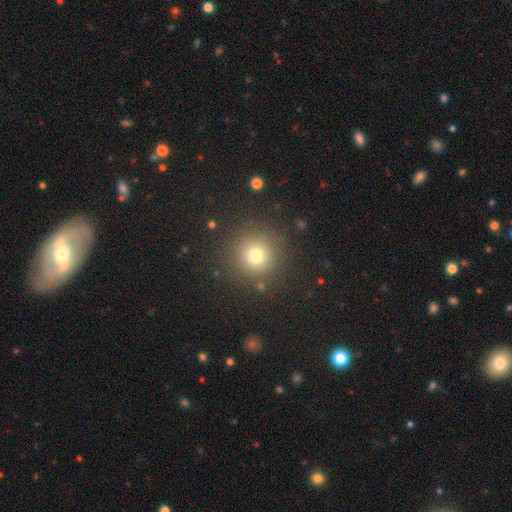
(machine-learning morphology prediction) Q: Smooth or featured?
A: smooth (74%); runner-up: star or artifact (17%)
Q: How rounded?
A: round (94%); runner-up: in between (5%)
Q: Merging?
A: none (87%); runner-up: minor disturbance (7%)